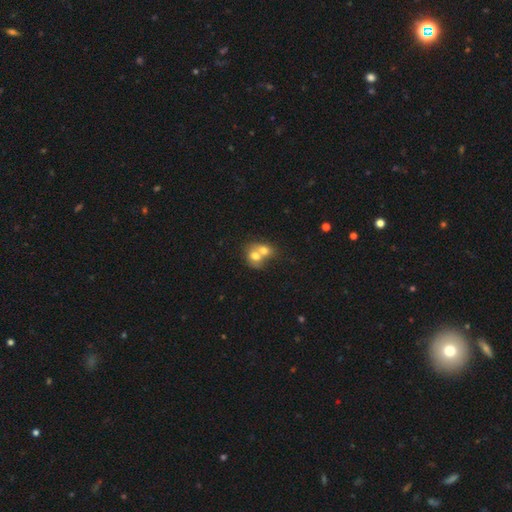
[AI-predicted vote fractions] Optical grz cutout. It shows a smooth galaxy with no disk features (67%) that is round (55%). Merging: merger (75%).